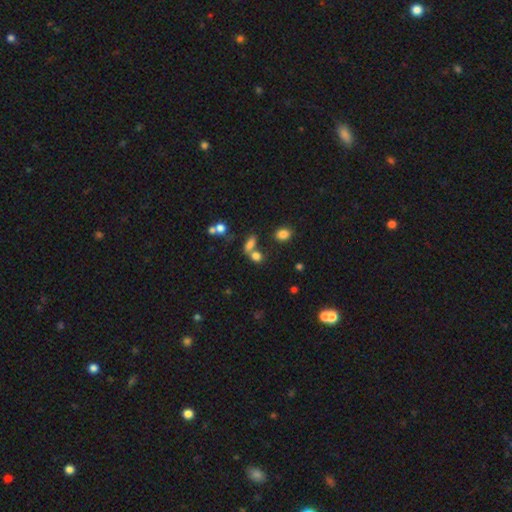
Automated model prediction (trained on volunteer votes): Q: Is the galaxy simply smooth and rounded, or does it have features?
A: smooth — 75%.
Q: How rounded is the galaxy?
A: in between — 57%.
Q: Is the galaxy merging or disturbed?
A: none — 45%.